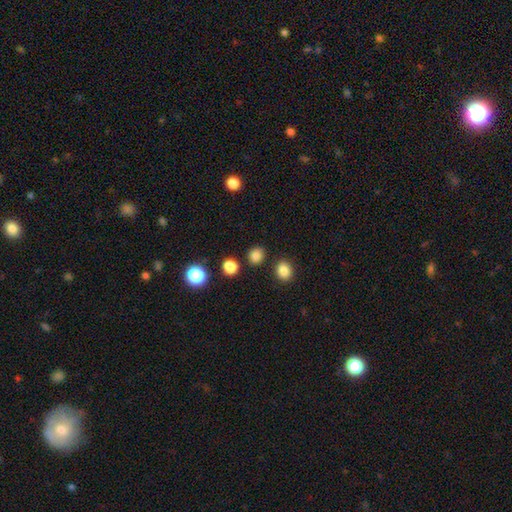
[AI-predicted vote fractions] Smooth or featured? smooth (83%)
How rounded? round (80%)
Merging? none (85%)